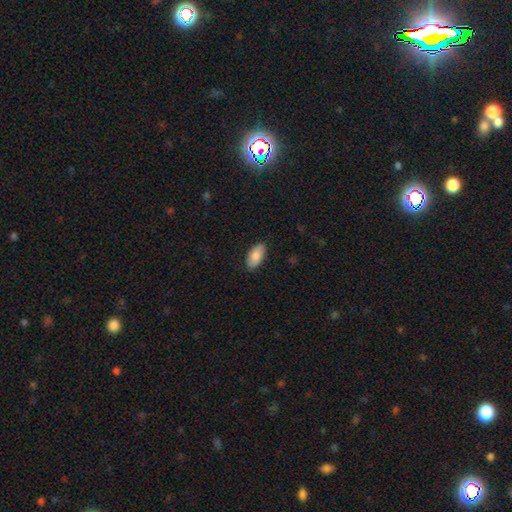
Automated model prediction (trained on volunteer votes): Morphology: type=smooth (84%); roundness=in between (94%); merging=none (86%).